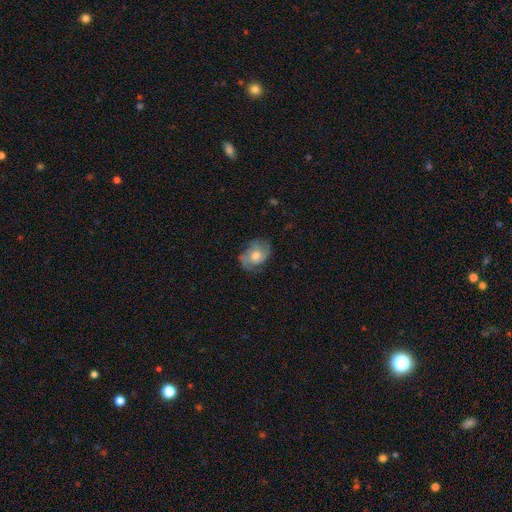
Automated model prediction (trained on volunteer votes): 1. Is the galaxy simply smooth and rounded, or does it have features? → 55% featured or disk, 37% smooth, 8% star or artifact.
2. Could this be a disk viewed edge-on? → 96% no, 4% yes.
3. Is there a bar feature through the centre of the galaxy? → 79% no, 18% weak, 3% strong.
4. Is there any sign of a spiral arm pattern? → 81% yes, 19% no.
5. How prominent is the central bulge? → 70% moderate, 18% small, 9% large, 2% none, 1% dominant.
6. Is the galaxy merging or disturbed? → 64% none, 25% minor disturbance, 10% major disturbance, 1% merger.